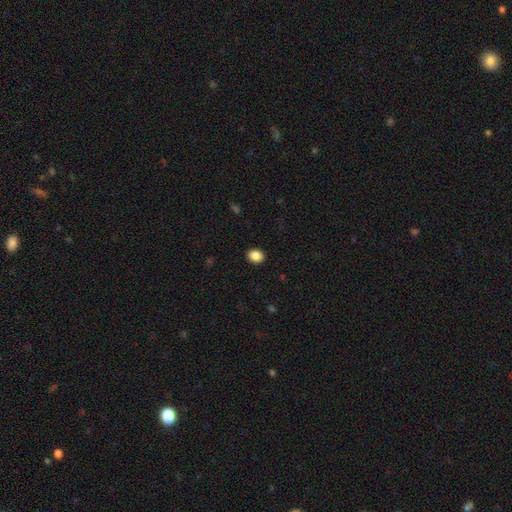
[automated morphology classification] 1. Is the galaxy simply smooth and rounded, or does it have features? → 87% smooth, 9% star or artifact, 4% featured or disk.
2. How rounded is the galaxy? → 54% round, 45% in between, 1% cigar-shaped.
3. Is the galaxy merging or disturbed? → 91% none, 6% minor disturbance, 2% major disturbance, 1% merger.